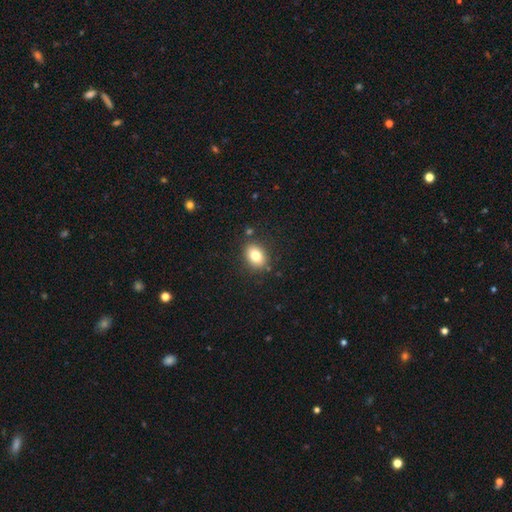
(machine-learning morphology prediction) Smooth or featured: smooth — 81% (featured or disk — 10%)
How rounded: in between — 75% (round — 24%)
Merging: none — 84% (minor disturbance — 10%)